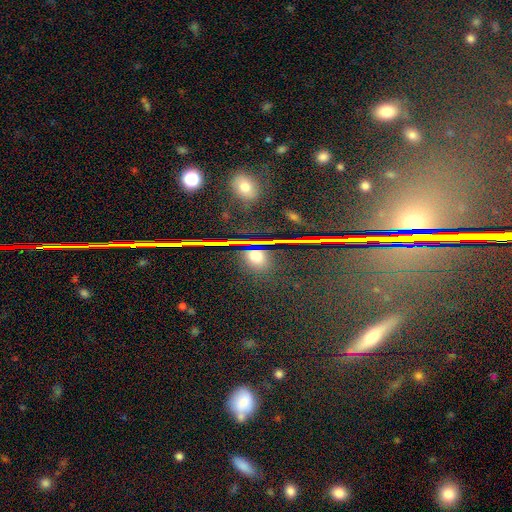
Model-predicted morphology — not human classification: smooth-or-featured: smooth: 49% | star or artifact: 40% | featured or disk: 10%
  merging: none: 81% | minor disturbance: 10% | major disturbance: 5% | merger: 4%